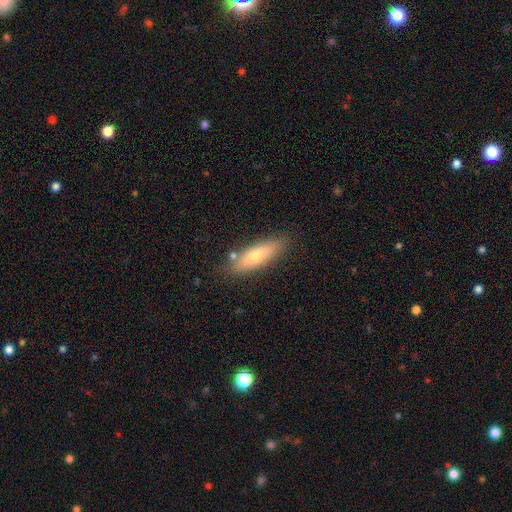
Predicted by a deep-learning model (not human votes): A smooth galaxy with no disk features (65%) that is cigar-shaped (52%). Merging: none (82%).